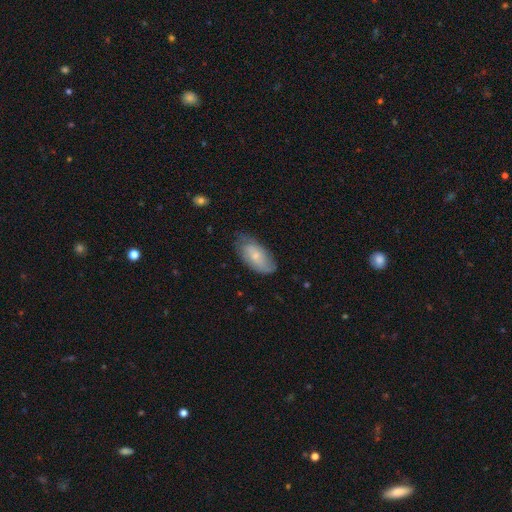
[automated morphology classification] The model was most divided on "smooth or featured": smooth: 53%, featured or disk: 40%, star or artifact: 6%. More confident: how rounded — in between (90%); merging — none (67%).